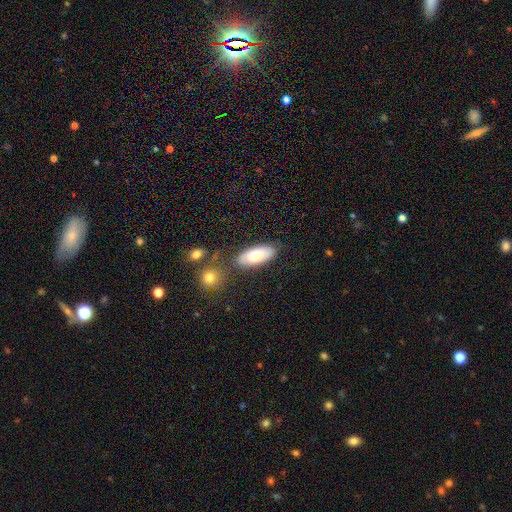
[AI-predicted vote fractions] Morphology: type=smooth (72%); roundness=in between (83%); merging=none (76%).